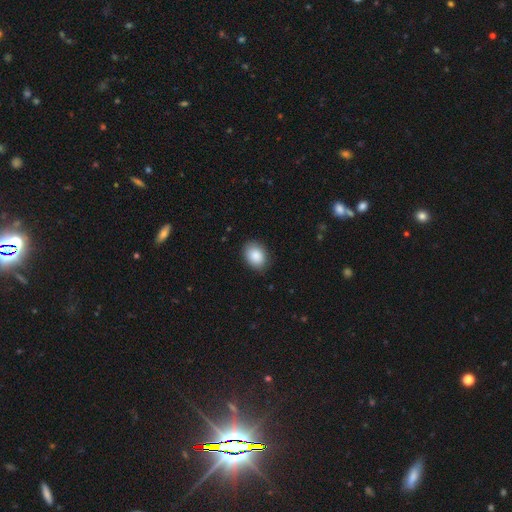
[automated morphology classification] smooth-or-featured: smooth: 88% | star or artifact: 7% | featured or disk: 5%
  how-rounded: in between: 71% | round: 28% | cigar-shaped: 1%
  merging: none: 85% | minor disturbance: 12% | major disturbance: 2% | merger: 1%